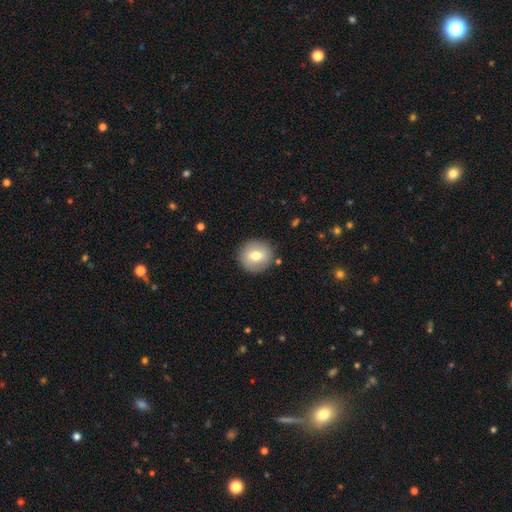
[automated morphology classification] type=smooth (70%); roundness=round (91%); merging=none (88%).